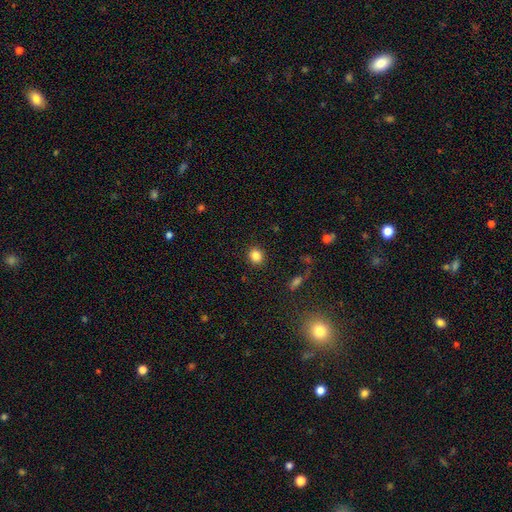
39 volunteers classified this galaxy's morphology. Smooth or featured: smooth — 90% (star or artifact — 10%)
How rounded: round — 97% (in between — 3%)
Merging: none — 97% (major disturbance — 3%)